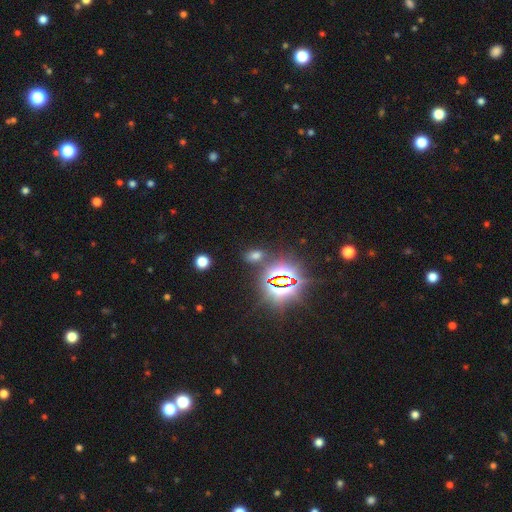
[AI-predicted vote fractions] The model was most divided on "smooth or featured": smooth: 49%, star or artifact: 43%, featured or disk: 8%. More confident: merging — none (77%).